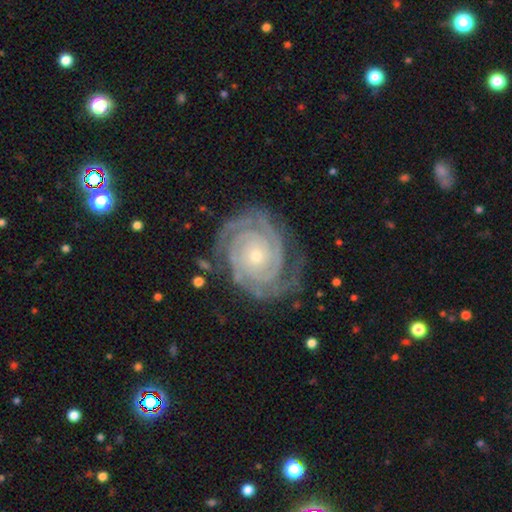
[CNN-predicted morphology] type=featured or disk (92%); edge-on=no (98%); bar=no (79%); spiral arms=yes (98%); winding=tight (85%); arm count=2 (49%); bulge=small (78%); merging=none (75%).